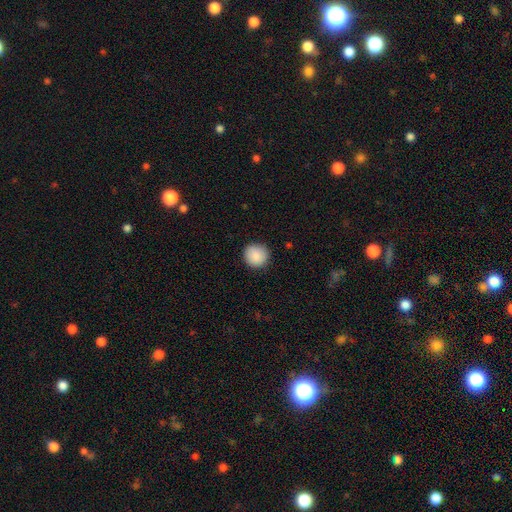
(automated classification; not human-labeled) Smooth or featured? smooth (88%)
How rounded? round (94%)
Merging? none (90%)